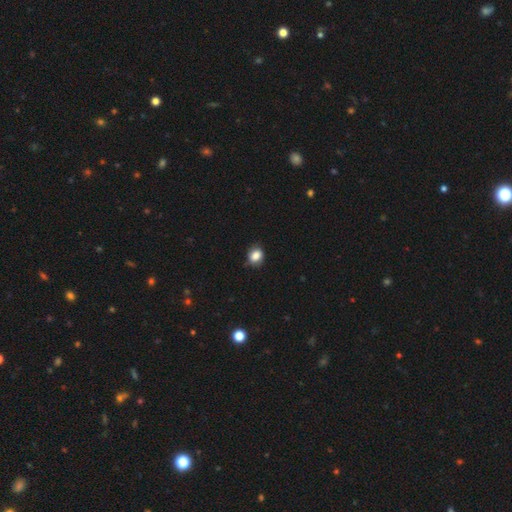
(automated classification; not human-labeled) The model was most divided on "how rounded": round: 54%, in between: 45%, cigar-shaped: 1%. More confident: smooth or featured — smooth (84%); merging — none (76%).